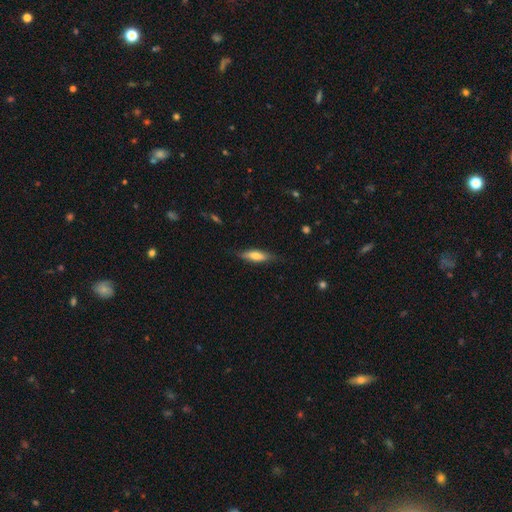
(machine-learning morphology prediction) Smooth or featured?
  - smooth: 67% *
  - featured or disk: 27%
  - star or artifact: 6%
How rounded?
  - cigar-shaped: 58% *
  - in between: 40%
  - round: 2%
Merging?
  - none: 79% *
  - minor disturbance: 16%
  - major disturbance: 3%
  - merger: 1%